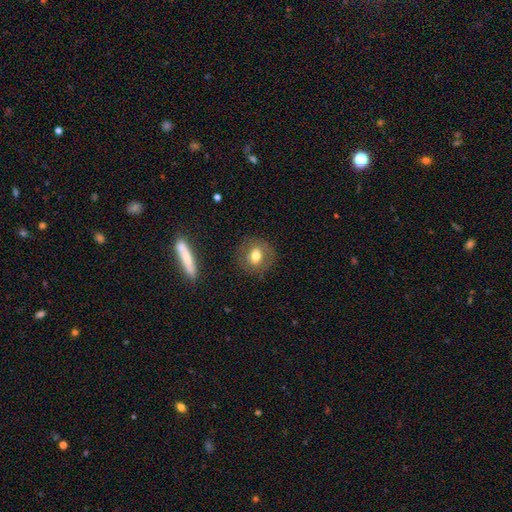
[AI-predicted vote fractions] smooth 65%, featured or disk 26%, star or artifact 9%. Down the decision tree: how rounded — round (70%); merging — none (81%).